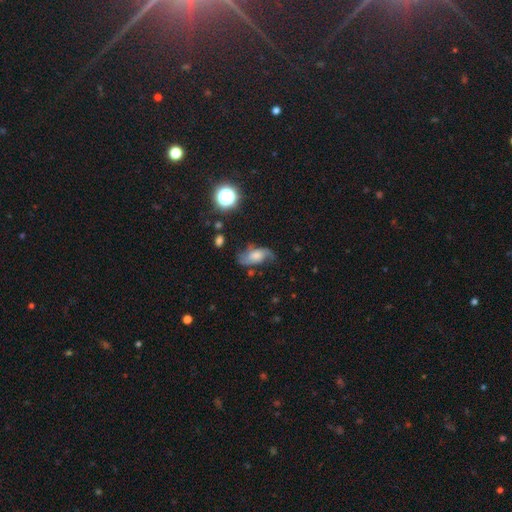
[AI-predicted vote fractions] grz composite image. It shows a featured or disk galaxy (60%) with no bar (63%), spiral arms (88%) and a large central bulge (29%). Merging: none (58%).